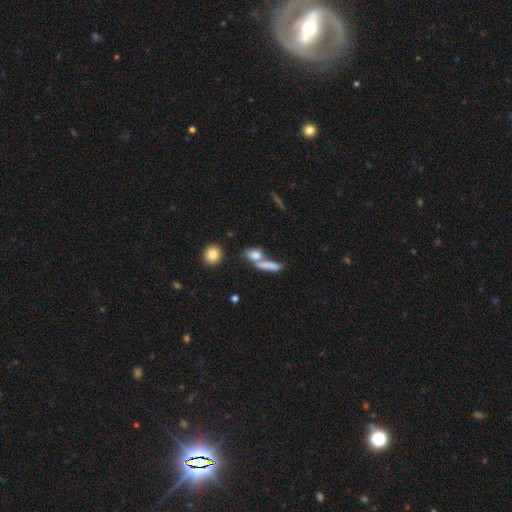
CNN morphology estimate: Q: Smooth or featured?
A: smooth (71%); runner-up: featured or disk (18%)
Q: How rounded?
A: in between (47%); runner-up: cigar-shaped (36%)
Q: Merging?
A: merger (48%); runner-up: none (36%)